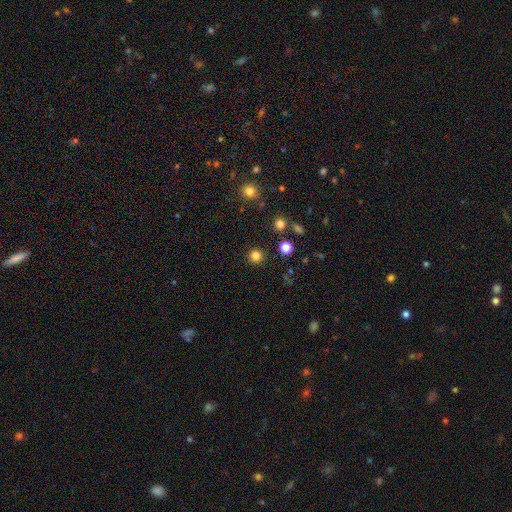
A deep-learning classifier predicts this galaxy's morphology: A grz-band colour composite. It shows a smooth galaxy with no disk features (82%) that is round (95%). Merging: none (91%).